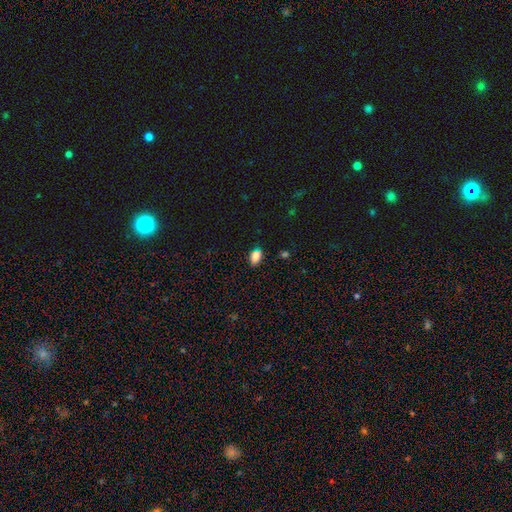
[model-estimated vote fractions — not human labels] Smooth or featured?
  - smooth: 84% *
  - star or artifact: 11%
  - featured or disk: 5%
How rounded?
  - in between: 88% *
  - round: 9%
  - cigar-shaped: 3%
Merging?
  - none: 78% *
  - minor disturbance: 17%
  - major disturbance: 3%
  - merger: 2%